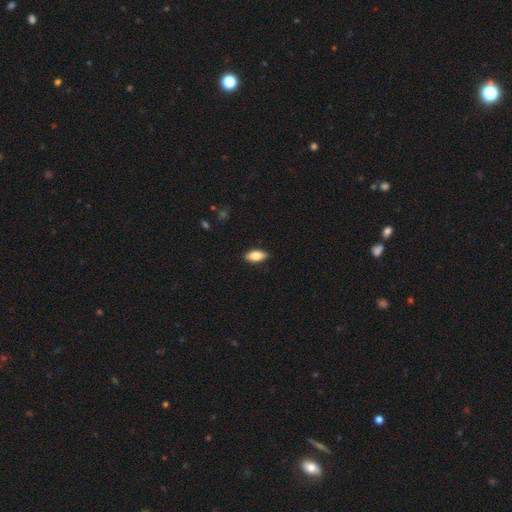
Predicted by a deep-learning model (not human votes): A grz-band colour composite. It shows a smooth galaxy with no disk features (83%) that is in between round and cigar-shaped (87%). Merging: none (89%).